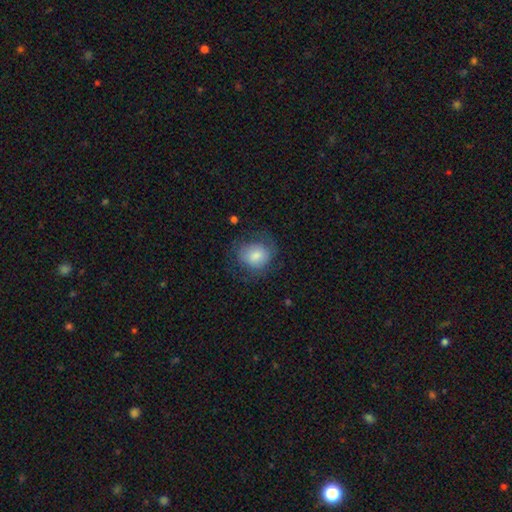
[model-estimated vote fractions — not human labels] smooth 76%, featured or disk 16%, star or artifact 7%. Down the decision tree: how rounded — round (66%); merging — none (64%).